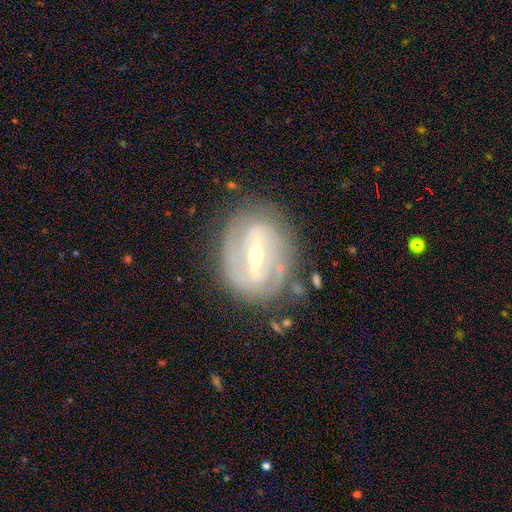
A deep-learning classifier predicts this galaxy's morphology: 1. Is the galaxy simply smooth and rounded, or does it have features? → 84% featured or disk, 10% smooth, 6% star or artifact.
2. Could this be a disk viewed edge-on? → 93% no, 7% yes.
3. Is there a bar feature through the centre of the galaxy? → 69% strong, 24% weak, 7% no.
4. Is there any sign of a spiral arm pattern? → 79% yes, 21% no.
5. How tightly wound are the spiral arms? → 62% tight, 28% medium, 10% loose.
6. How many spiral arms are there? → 52% 2, 27% can't tell, 10% 3, 4% 1, 4% 4, 2% more than 4.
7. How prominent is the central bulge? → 53% moderate, 43% small, 3% large, 1% none, 1% dominant.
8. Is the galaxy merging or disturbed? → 77% none, 15% minor disturbance, 6% major disturbance, 2% merger.